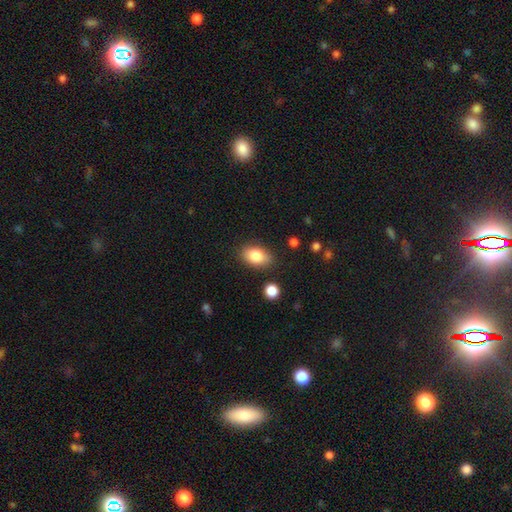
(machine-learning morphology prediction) smooth-or-featured: smooth: 83% | featured or disk: 9% | star or artifact: 8%
  how-rounded: in between: 88% | round: 11% | cigar-shaped: 2%
  merging: none: 83% | minor disturbance: 12% | major disturbance: 3% | merger: 2%